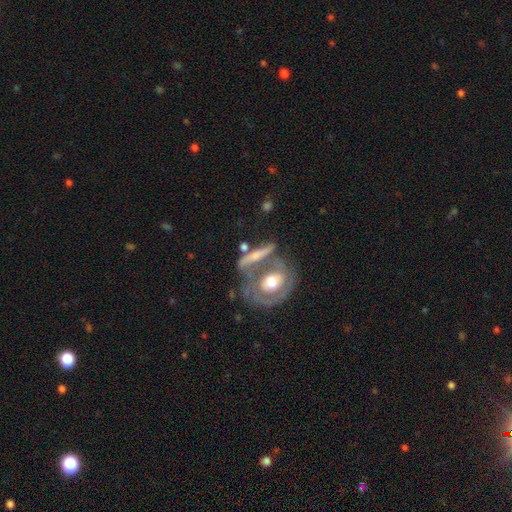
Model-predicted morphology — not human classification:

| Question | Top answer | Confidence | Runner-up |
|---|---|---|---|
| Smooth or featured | featured or disk | 59% | smooth (35%) |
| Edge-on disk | no | 62% | yes (38%) |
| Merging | none | 44% | merger (29%) |